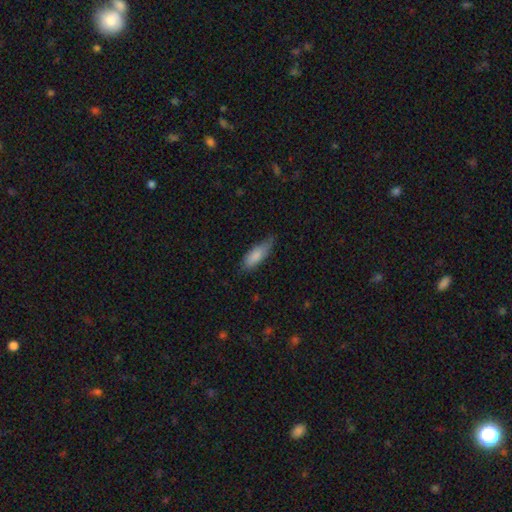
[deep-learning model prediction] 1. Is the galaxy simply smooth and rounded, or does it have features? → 84% smooth, 10% featured or disk, 6% star or artifact.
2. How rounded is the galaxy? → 67% in between, 31% cigar-shaped, 2% round.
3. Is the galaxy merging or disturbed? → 55% none, 36% minor disturbance, 8% major disturbance, 2% merger.